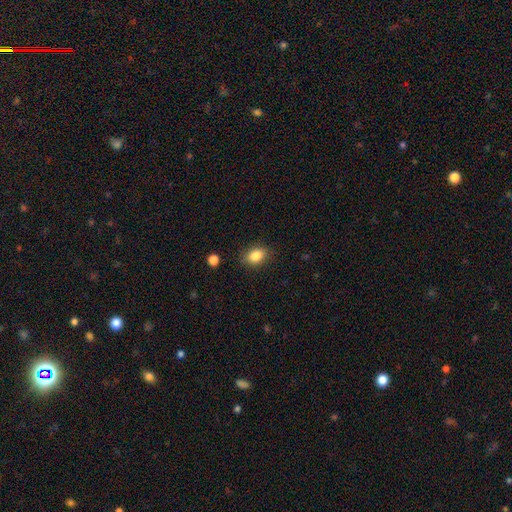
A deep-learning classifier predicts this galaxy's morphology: smooth_or_featured: smooth (p=0.85) [alt: star or artifact p=0.09]
how_rounded: in between (p=0.75) [alt: round p=0.24]
merging: none (p=0.85) [alt: minor disturbance p=0.11]